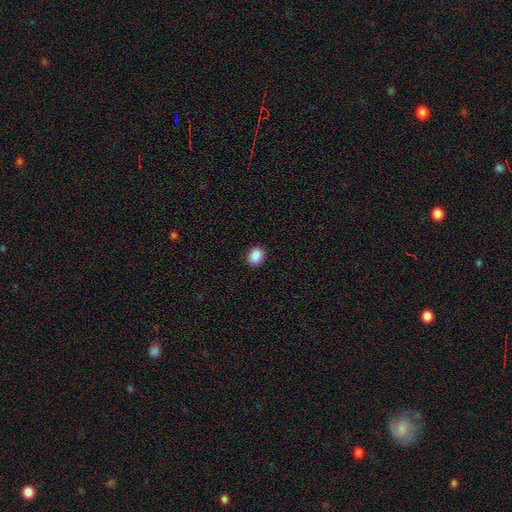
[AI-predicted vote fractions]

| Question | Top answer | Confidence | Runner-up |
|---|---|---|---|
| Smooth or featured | smooth | 89% | star or artifact (8%) |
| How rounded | in between | 56% | round (43%) |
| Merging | none | 90% | minor disturbance (7%) |